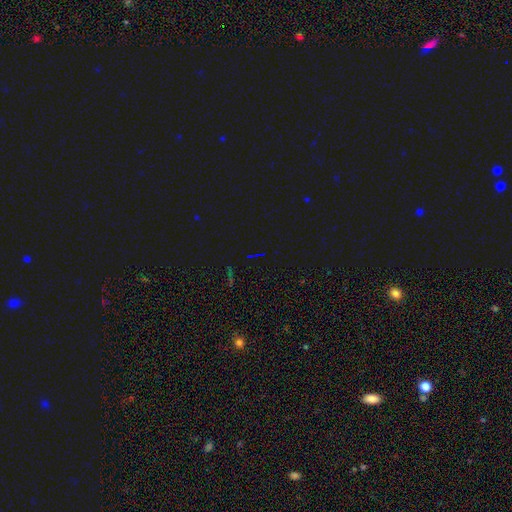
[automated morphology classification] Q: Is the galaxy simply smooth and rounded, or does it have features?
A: star or artifact — 79%.